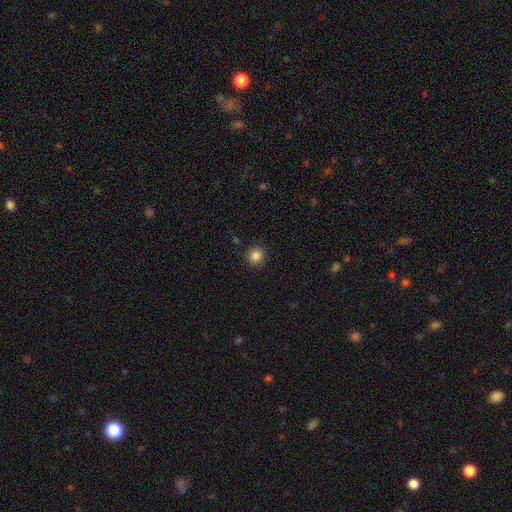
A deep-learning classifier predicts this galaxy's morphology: Overall: smooth (86%). How rounded: round (94%). Merging: none (90%).